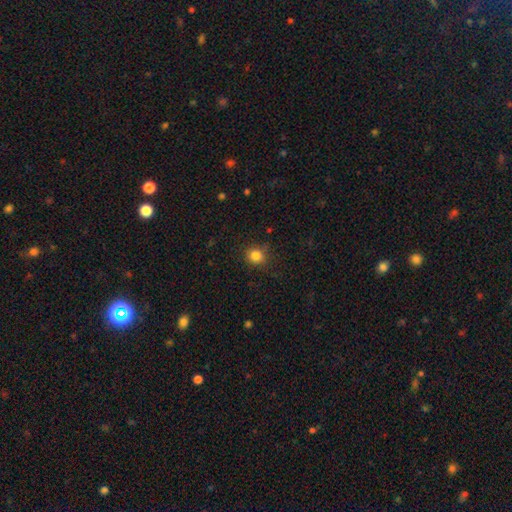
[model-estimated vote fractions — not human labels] Q: Smooth or featured?
A: smooth (84%); runner-up: star or artifact (12%)
Q: How rounded?
A: round (85%); runner-up: in between (14%)
Q: Merging?
A: none (83%); runner-up: minor disturbance (12%)